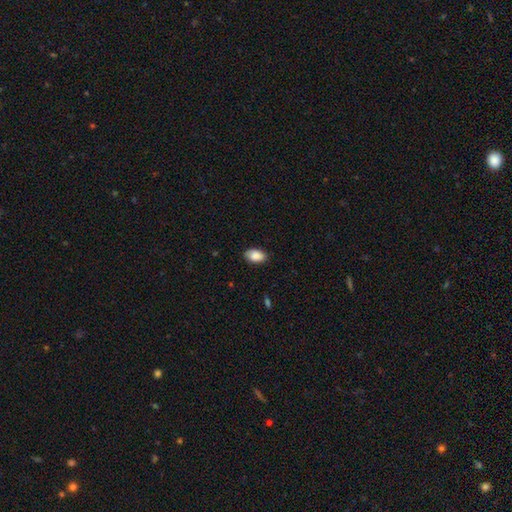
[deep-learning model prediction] Morphology: type=smooth (88%); roundness=in between (92%); merging=none (84%).